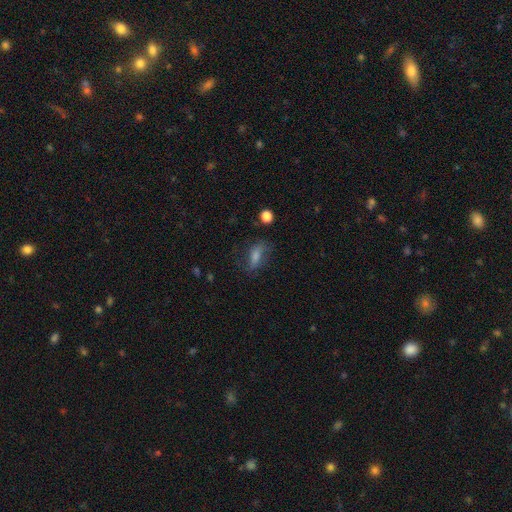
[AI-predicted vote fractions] smooth 49%, featured or disk 36%, star or artifact 16%. Down the decision tree: merging — none (66%).